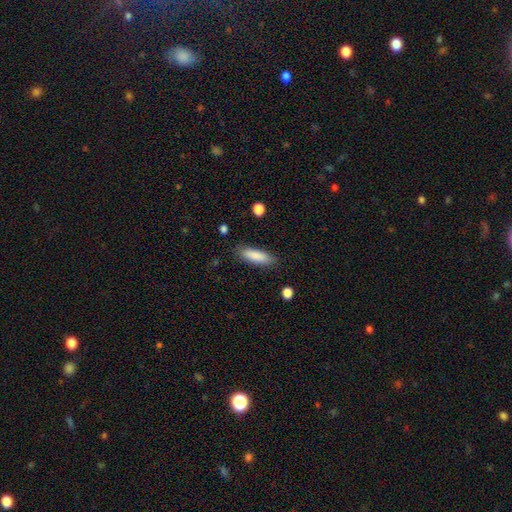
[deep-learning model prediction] A smooth galaxy with no disk features (86%) that is in between round and cigar-shaped (50%).

Vote fractions:
- Smooth or featured? smooth: 86% / featured or disk: 8% / star or artifact: 6%
- How rounded? in between: 50% / cigar-shaped: 48% / round: 2%
- Merging? none: 84% / minor disturbance: 12% / major disturbance: 3% / merger: 2%